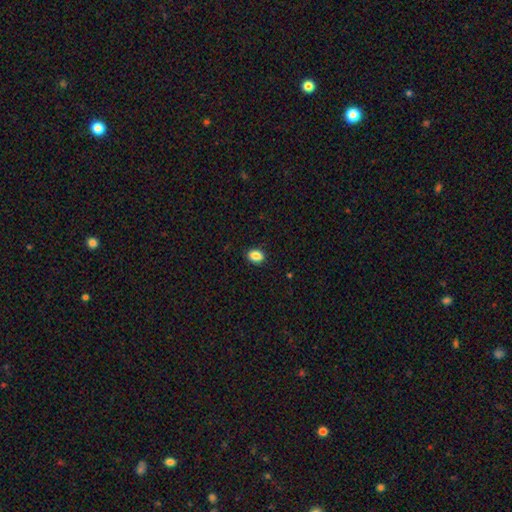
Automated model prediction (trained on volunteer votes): Q: Smooth or featured?
A: smooth (87%); runner-up: star or artifact (9%)
Q: How rounded?
A: in between (71%); runner-up: round (28%)
Q: Merging?
A: none (90%); runner-up: minor disturbance (7%)